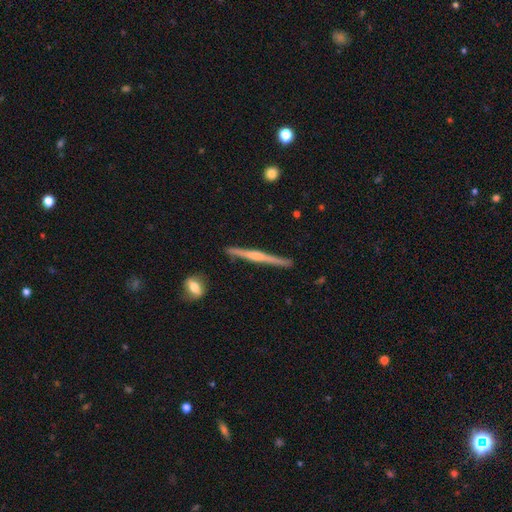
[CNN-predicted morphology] smooth_or_featured: featured or disk (p=0.72) [alt: smooth p=0.22]
disk_edge_on: yes (p=0.98) [alt: no p=0.02]
edge_on_bulge: rounded (p=0.55) [alt: none p=0.28]
merging: none (p=0.90) [alt: minor disturbance p=0.07]